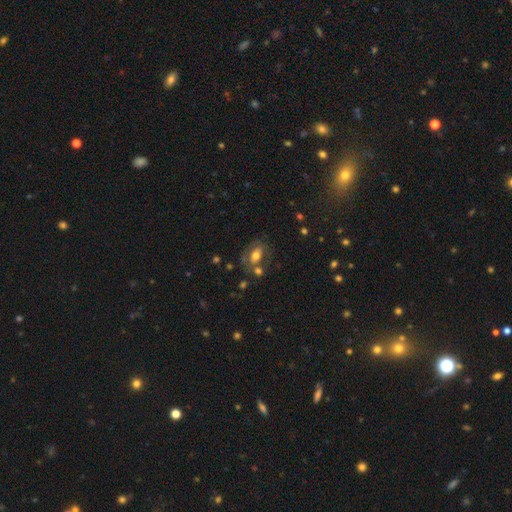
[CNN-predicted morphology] Smooth or featured?
  - smooth: 59% *
  - featured or disk: 31%
  - star or artifact: 10%
How rounded?
  - in between: 82% *
  - round: 15%
  - cigar-shaped: 3%
Merging?
  - none: 53% *
  - merger: 19%
  - minor disturbance: 18%
  - major disturbance: 10%